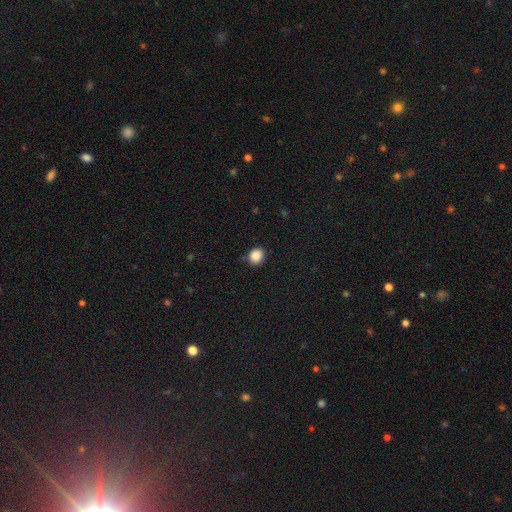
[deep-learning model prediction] Morphology: type=smooth (87%); roundness=round (72%); merging=none (82%).